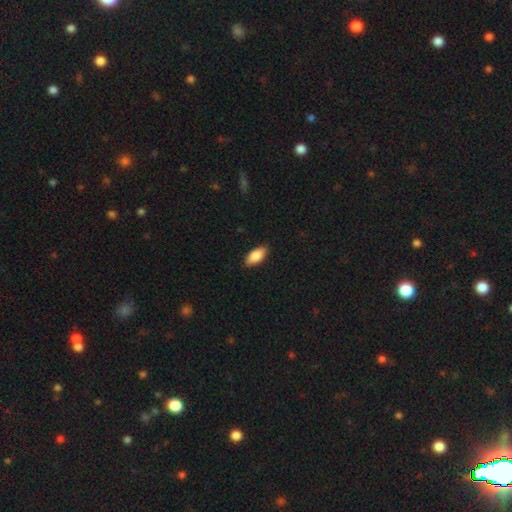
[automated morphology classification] smooth_or_featured: smooth (p=0.86) [alt: featured or disk p=0.08]
how_rounded: in between (p=0.91) [alt: cigar-shaped p=0.07]
merging: none (p=0.88) [alt: minor disturbance p=0.09]